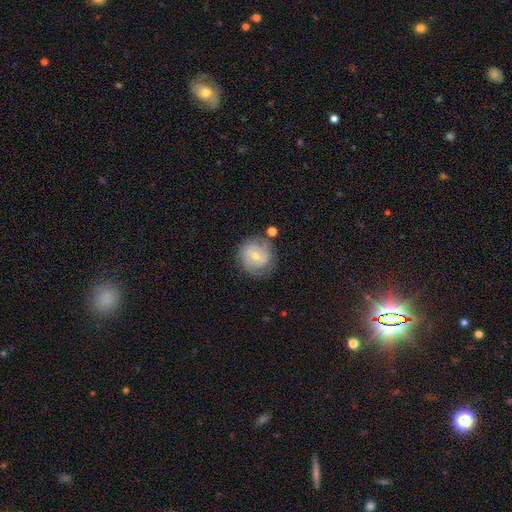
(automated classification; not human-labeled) featured or disk 57%, smooth 36%, star or artifact 7%. Down the decision tree: edge-on disk — no (97%); bar — no (55%); spiral arms — yes (80%); bulge size — moderate (49%); merging — none (72%).